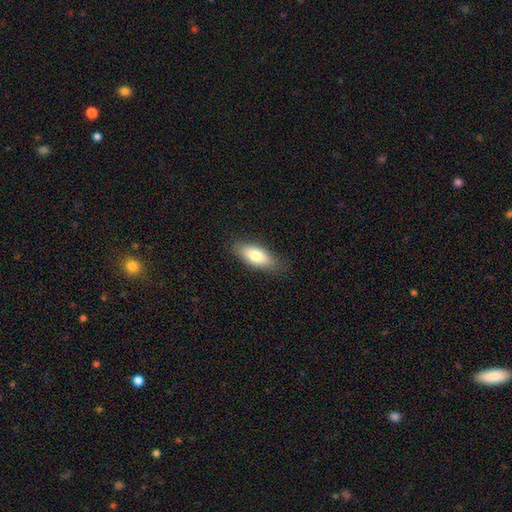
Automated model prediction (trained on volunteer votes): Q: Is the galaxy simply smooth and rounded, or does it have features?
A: smooth — 76%.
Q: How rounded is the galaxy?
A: in between — 77%.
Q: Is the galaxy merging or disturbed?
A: none — 85%.